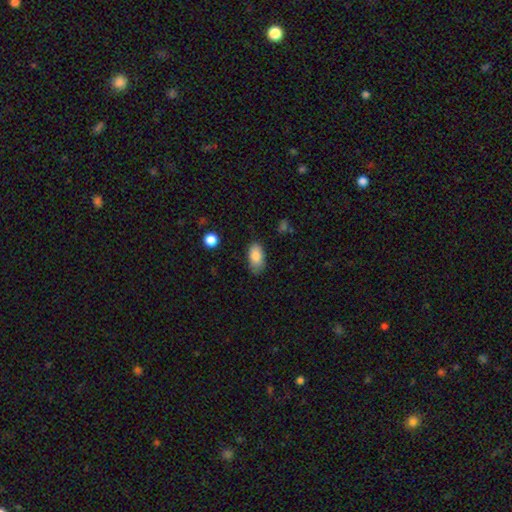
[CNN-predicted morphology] Smooth or featured?
  - smooth: 86% *
  - star or artifact: 7%
  - featured or disk: 6%
How rounded?
  - in between: 93% *
  - cigar-shaped: 4%
  - round: 4%
Merging?
  - none: 76% *
  - minor disturbance: 19%
  - major disturbance: 4%
  - merger: 1%